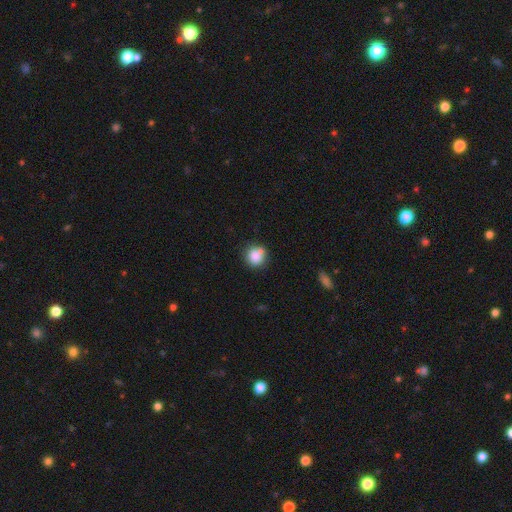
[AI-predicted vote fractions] Smooth or featured: smooth — 83% (star or artifact — 9%)
How rounded: round — 85% (in between — 14%)
Merging: none — 62% (minor disturbance — 18%)